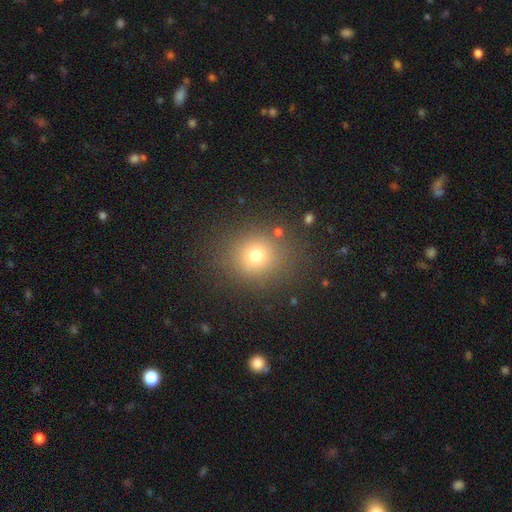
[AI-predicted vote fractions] Smooth or featured: smooth — 73% (star or artifact — 17%)
How rounded: round — 82% (in between — 17%)
Merging: none — 83% (minor disturbance — 9%)